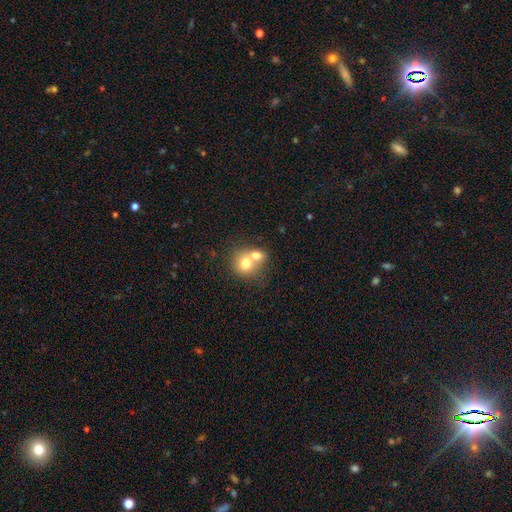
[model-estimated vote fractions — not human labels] A smooth galaxy with no disk features (72%) that is round (70%).

Vote fractions:
- Smooth or featured? smooth: 72% / featured or disk: 19% / star or artifact: 9%
- How rounded? round: 70% / in between: 30% / cigar-shaped: 1%
- Merging? merger: 66% / none: 25% / minor disturbance: 6% / major disturbance: 3%